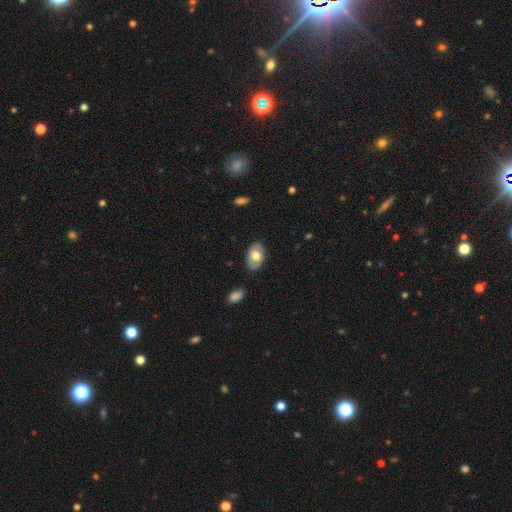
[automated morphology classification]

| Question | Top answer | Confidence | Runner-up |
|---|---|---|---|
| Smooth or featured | smooth | 65% | featured or disk (29%) |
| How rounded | in between | 89% | round (10%) |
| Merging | none | 83% | minor disturbance (13%) |